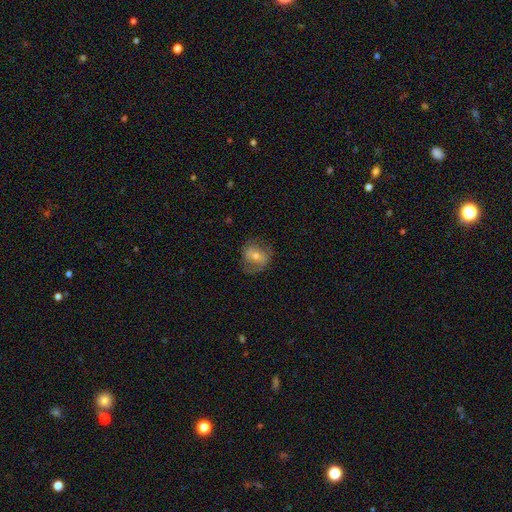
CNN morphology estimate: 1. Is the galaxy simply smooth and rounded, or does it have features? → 49% smooth, 43% featured or disk, 8% star or artifact.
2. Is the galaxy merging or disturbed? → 69% none, 19% minor disturbance, 11% major disturbance, 1% merger.